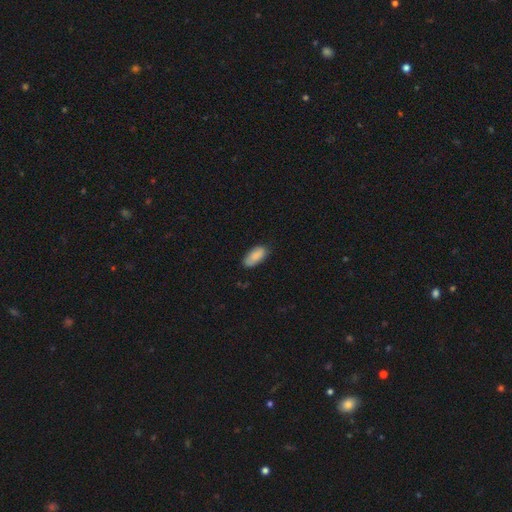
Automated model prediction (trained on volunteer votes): Smooth or featured: smooth — 86% (featured or disk — 8%)
How rounded: in between — 91% (cigar-shaped — 7%)
Merging: none — 77% (minor disturbance — 18%)